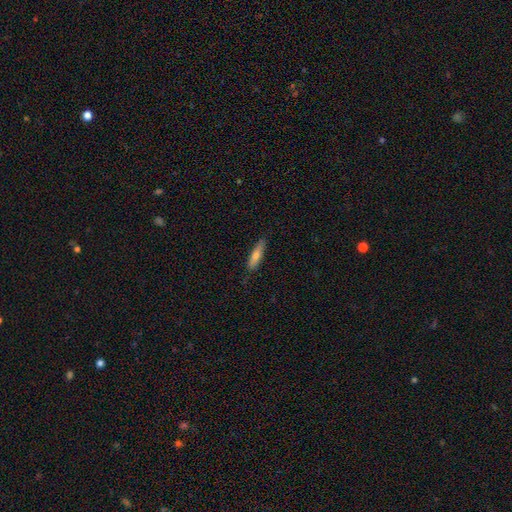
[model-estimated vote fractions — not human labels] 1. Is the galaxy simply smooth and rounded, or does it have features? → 69% smooth, 24% featured or disk, 7% star or artifact.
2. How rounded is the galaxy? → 73% cigar-shaped, 25% in between, 2% round.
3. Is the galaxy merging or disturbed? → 83% none, 14% minor disturbance, 2% major disturbance, 1% merger.